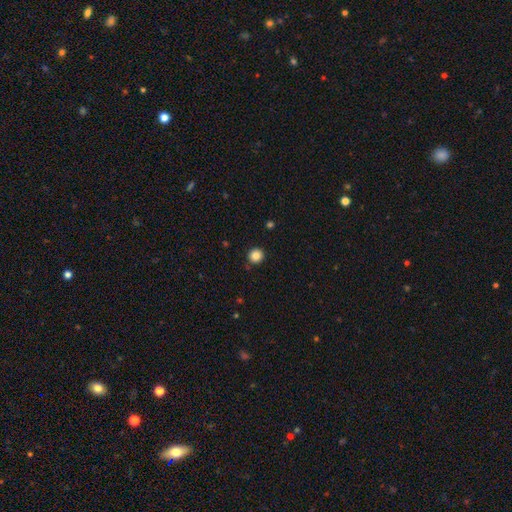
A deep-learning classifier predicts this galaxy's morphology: type=smooth (85%); roundness=round (93%); merging=none (90%).